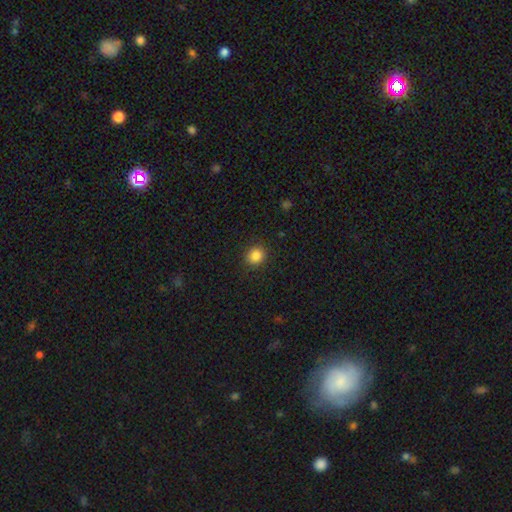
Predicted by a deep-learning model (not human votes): Q: Smooth or featured?
A: smooth (86%); runner-up: star or artifact (10%)
Q: How rounded?
A: round (83%); runner-up: in between (16%)
Q: Merging?
A: none (90%); runner-up: minor disturbance (7%)